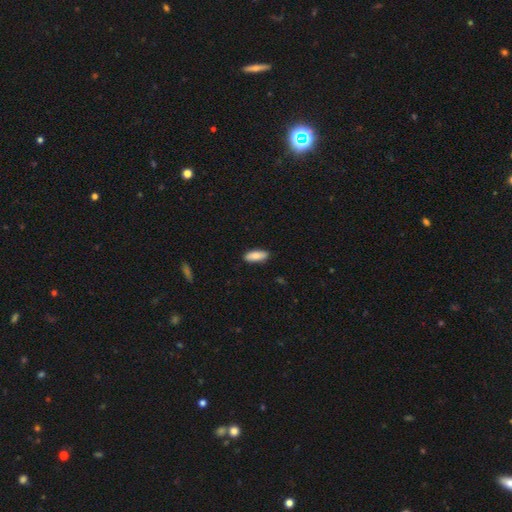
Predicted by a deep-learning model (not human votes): Q: Smooth or featured?
A: smooth (86%); runner-up: featured or disk (9%)
Q: How rounded?
A: in between (72%); runner-up: cigar-shaped (26%)
Q: Merging?
A: none (88%); runner-up: minor disturbance (9%)